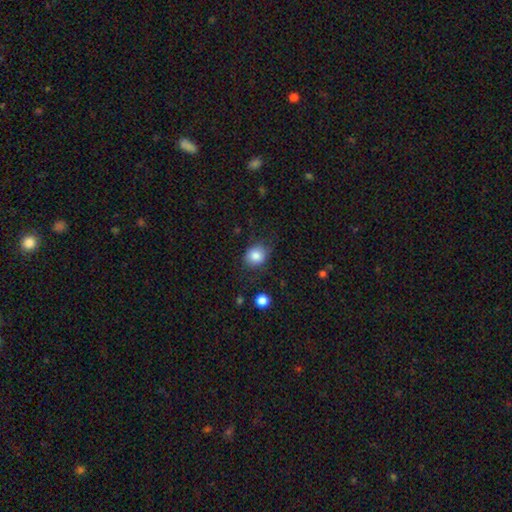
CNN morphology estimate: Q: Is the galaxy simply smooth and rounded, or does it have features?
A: smooth — 84%.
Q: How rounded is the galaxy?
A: round — 69%.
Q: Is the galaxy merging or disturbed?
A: none — 72%.